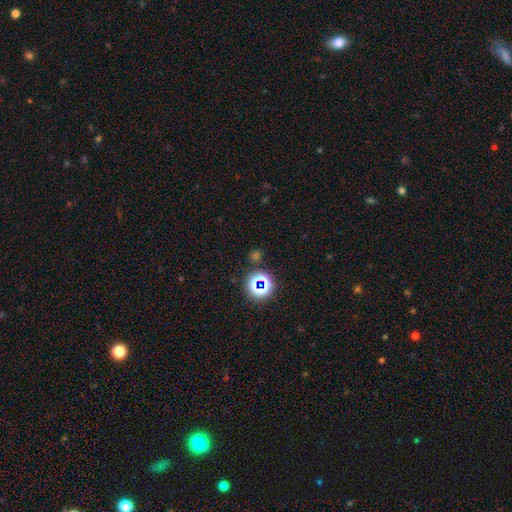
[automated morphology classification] The model was most divided on "smooth or featured": star or artifact: 62%, smooth: 31%, featured or disk: 7%.